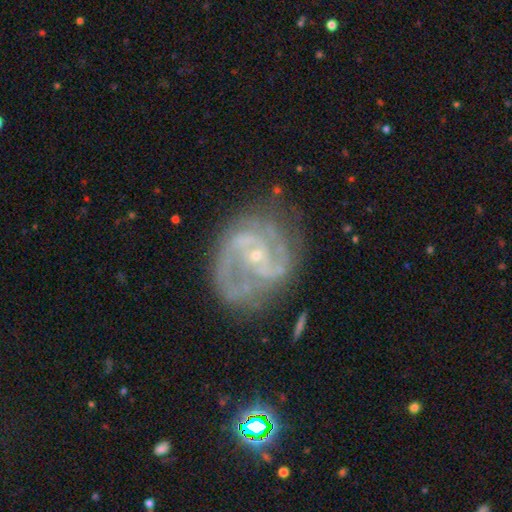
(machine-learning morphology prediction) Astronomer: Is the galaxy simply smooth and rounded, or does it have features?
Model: featured or disk — 88%.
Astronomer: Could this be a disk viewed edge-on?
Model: no — 98%.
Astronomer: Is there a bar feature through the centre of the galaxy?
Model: no — 52% (runner-up: weak, 37%).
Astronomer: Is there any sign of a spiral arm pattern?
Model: yes — 96%.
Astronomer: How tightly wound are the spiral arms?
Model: medium — 51% (runner-up: tight, 34%).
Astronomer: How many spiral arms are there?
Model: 2 — 67%.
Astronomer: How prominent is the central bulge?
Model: small — 82%.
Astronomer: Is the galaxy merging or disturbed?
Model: none — 64%.